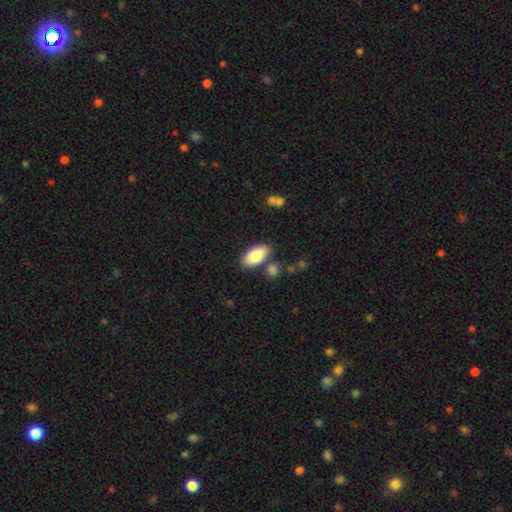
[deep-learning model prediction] Smooth or featured: smooth — 82% (featured or disk — 12%)
How rounded: in between — 92% (cigar-shaped — 5%)
Merging: none — 80% (minor disturbance — 10%)